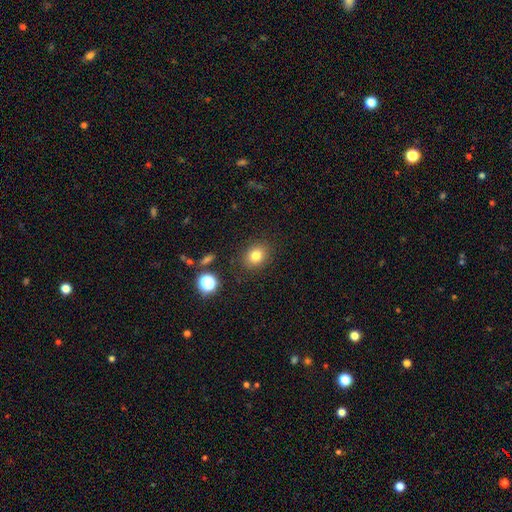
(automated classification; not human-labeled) Q: Smooth or featured?
A: smooth (80%); runner-up: star or artifact (13%)
Q: How rounded?
A: round (56%); runner-up: in between (43%)
Q: Merging?
A: none (86%); runner-up: minor disturbance (9%)